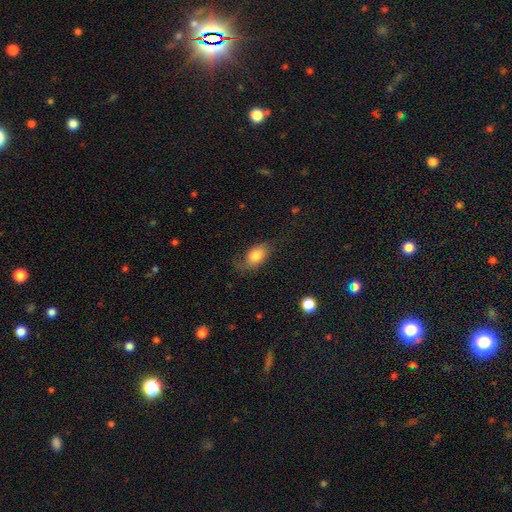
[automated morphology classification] Smooth or featured: smooth — 74% (featured or disk — 18%)
How rounded: in between — 85% (round — 13%)
Merging: none — 60% (minor disturbance — 25%)